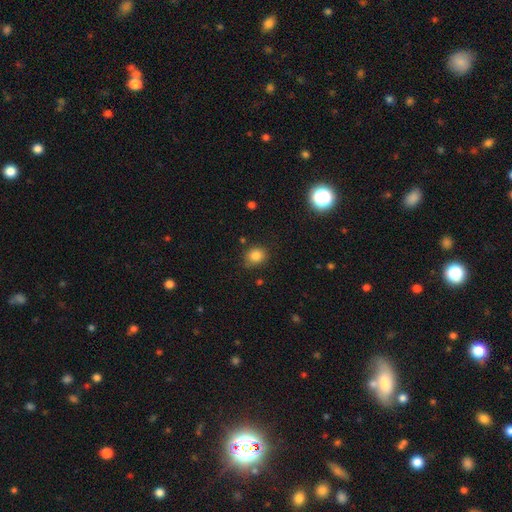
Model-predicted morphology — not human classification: Smooth or featured? smooth (83%)
How rounded? round (69%)
Merging? none (80%)